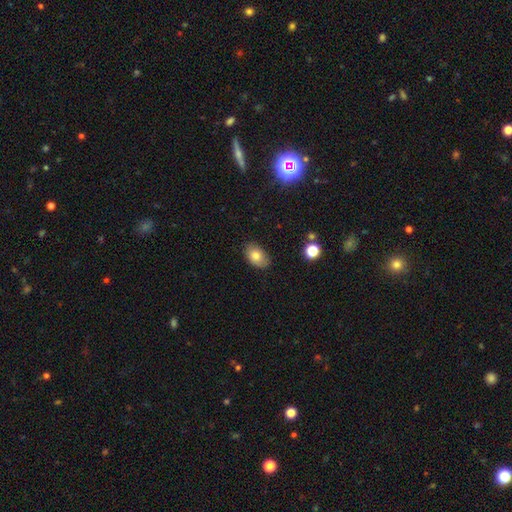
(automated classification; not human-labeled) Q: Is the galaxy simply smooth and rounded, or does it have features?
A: smooth — 79%.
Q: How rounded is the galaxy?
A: in between — 88%.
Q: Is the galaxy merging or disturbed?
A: none — 82%.